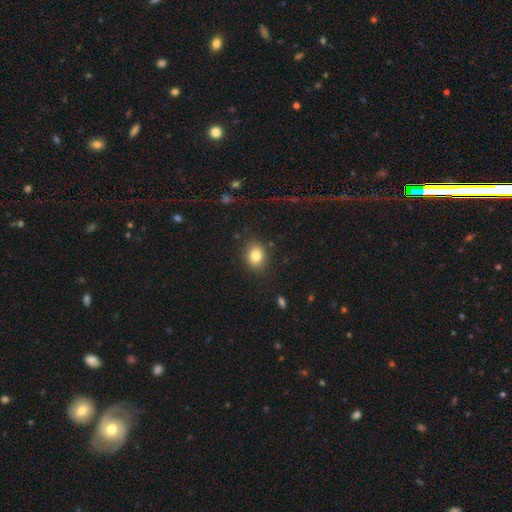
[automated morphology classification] Overall: smooth (83%). How rounded: in between (56%; round 43%). Merging: none (85%).